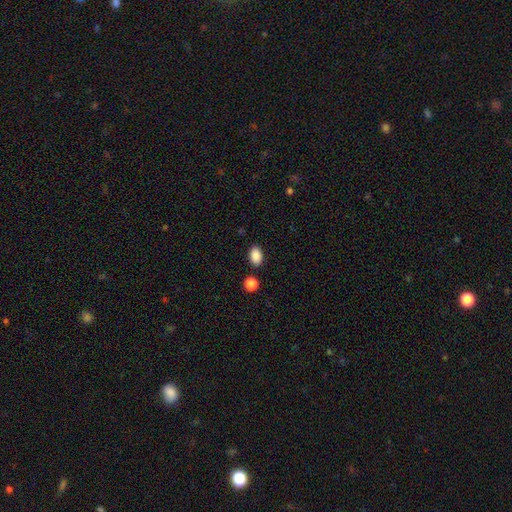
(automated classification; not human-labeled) Smooth or featured? smooth (88%)
How rounded? in between (87%)
Merging? none (84%)